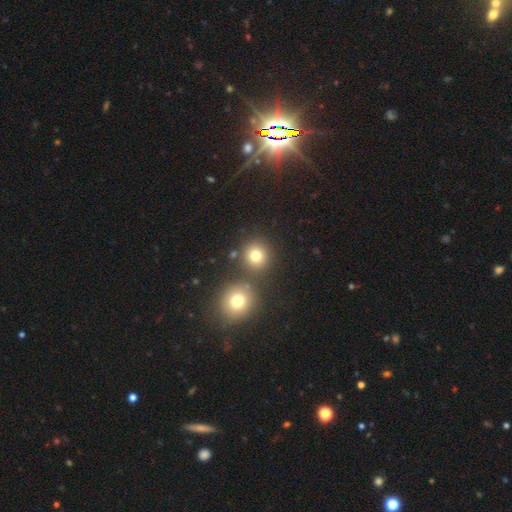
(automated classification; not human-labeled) Smooth or featured: smooth — 77% (star or artifact — 16%)
How rounded: round — 90% (in between — 9%)
Merging: none — 75% (merger — 15%)